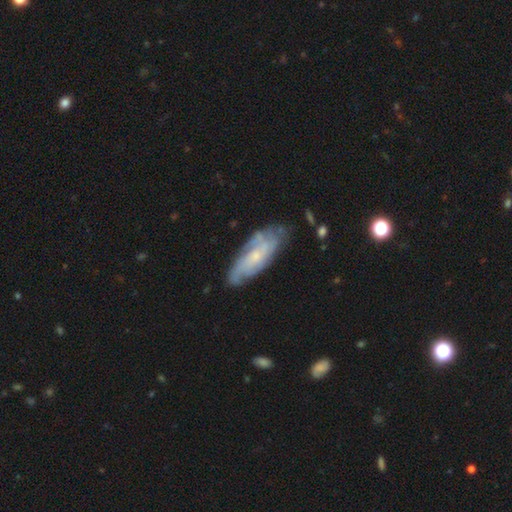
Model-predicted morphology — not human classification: featured or disk 65%, smooth 29%, star or artifact 7%. Down the decision tree: edge-on disk — no (83%); bar — no (70%); spiral arms — yes (82%); bulge size — small (62%); merging — none (69%).